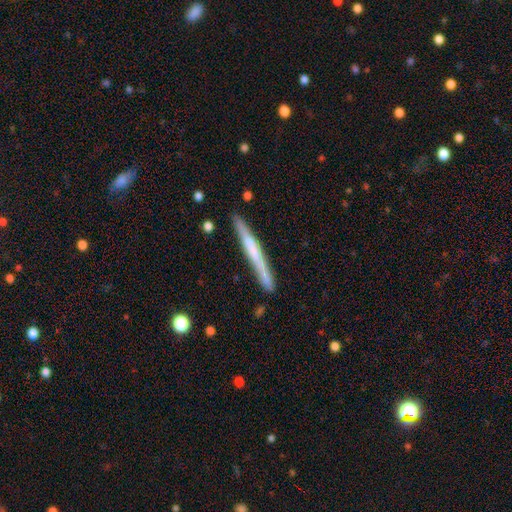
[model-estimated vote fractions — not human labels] smooth_or_featured: featured or disk (p=0.51) [alt: smooth p=0.43]
disk_edge_on: yes (p=0.95) [alt: no p=0.05]
merging: none (p=0.84) [alt: minor disturbance p=0.11]